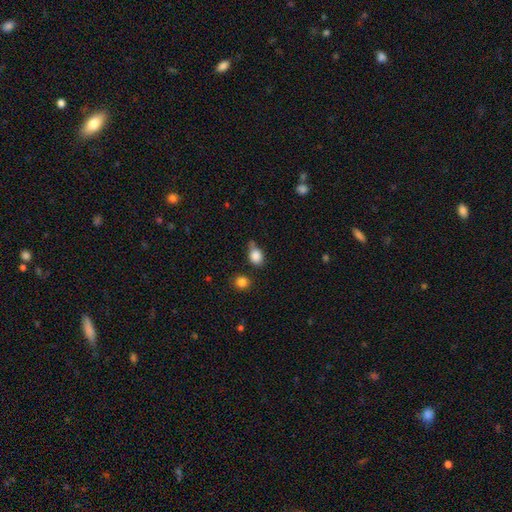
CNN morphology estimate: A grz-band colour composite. It shows a smooth galaxy with no disk features (85%) that is in between round and cigar-shaped (53%). Merging: none (52%).